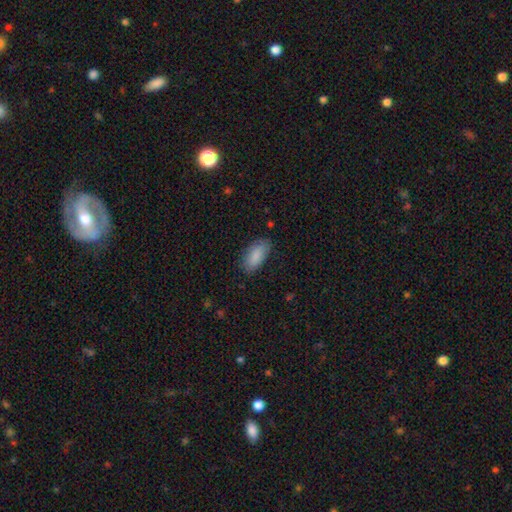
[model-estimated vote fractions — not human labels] Overall: smooth (88%). How rounded: in between (91%). Merging: none (81%).